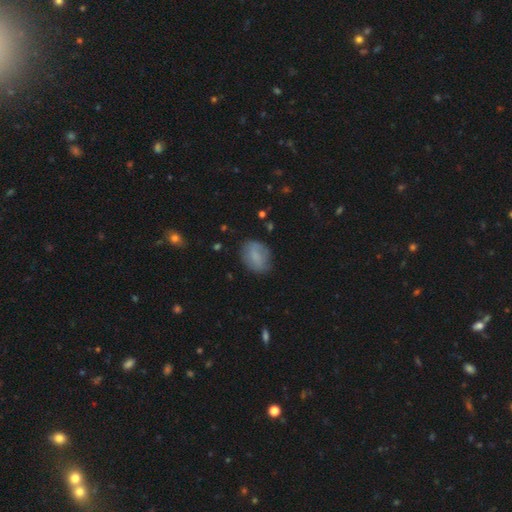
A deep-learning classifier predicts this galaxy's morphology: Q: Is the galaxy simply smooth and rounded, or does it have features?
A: smooth — 74%.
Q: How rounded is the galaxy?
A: in between — 67%.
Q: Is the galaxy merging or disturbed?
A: none — 73%.